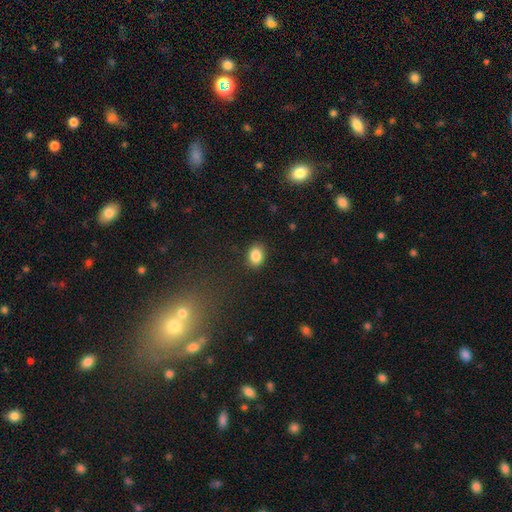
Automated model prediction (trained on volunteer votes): smooth_or_featured: smooth (p=0.86) [alt: star or artifact p=0.09]
how_rounded: in between (p=0.62) [alt: round p=0.37]
merging: none (p=0.87) [alt: minor disturbance p=0.09]